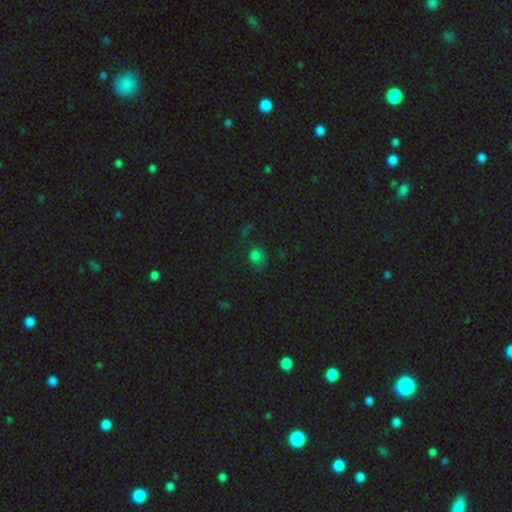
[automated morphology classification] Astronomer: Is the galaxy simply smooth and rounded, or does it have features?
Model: smooth — 63%.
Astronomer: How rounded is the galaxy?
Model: round — 73%.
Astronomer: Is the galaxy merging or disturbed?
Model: none — 56%.